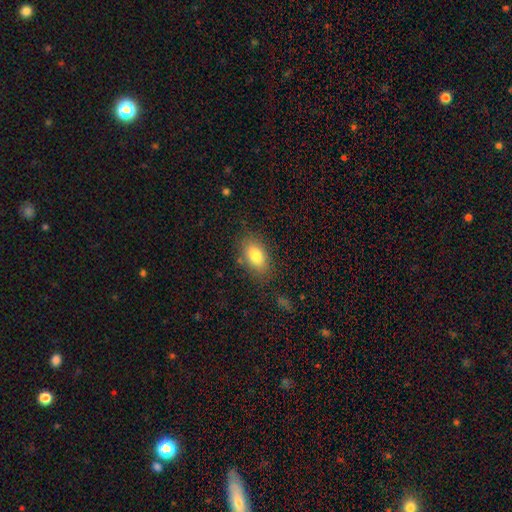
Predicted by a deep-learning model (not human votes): Q: Smooth or featured?
A: smooth (82%); runner-up: featured or disk (10%)
Q: How rounded?
A: in between (88%); runner-up: round (9%)
Q: Merging?
A: none (79%); runner-up: minor disturbance (14%)